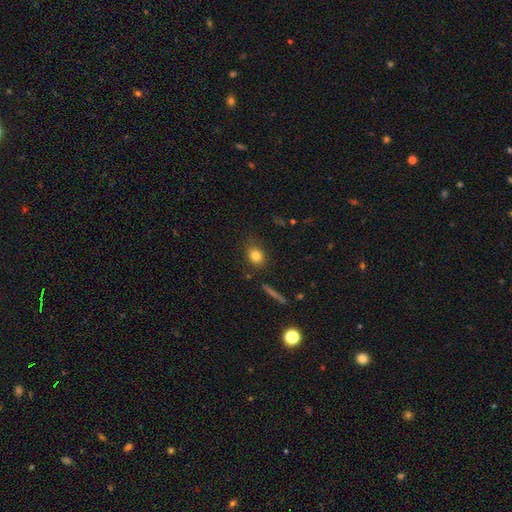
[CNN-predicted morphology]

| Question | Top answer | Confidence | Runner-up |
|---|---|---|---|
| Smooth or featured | smooth | 81% | star or artifact (10%) |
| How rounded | round | 56% | in between (41%) |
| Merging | none | 83% | minor disturbance (12%) |